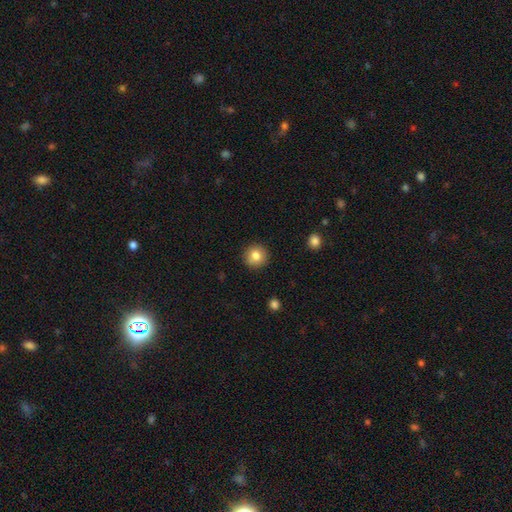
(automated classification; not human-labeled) Smooth or featured?
  - smooth: 83% *
  - star or artifact: 9%
  - featured or disk: 8%
How rounded?
  - round: 93% *
  - in between: 6%
  - cigar-shaped: 1%
Merging?
  - none: 91% *
  - minor disturbance: 6%
  - major disturbance: 2%
  - merger: 1%